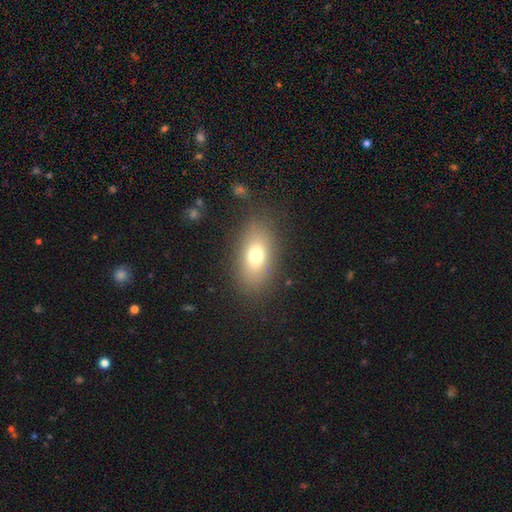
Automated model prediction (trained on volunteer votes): smooth-or-featured: smooth: 74% | featured or disk: 15% | star or artifact: 11%
  how-rounded: in between: 85% | round: 11% | cigar-shaped: 4%
  merging: none: 81% | minor disturbance: 11% | major disturbance: 6% | merger: 2%